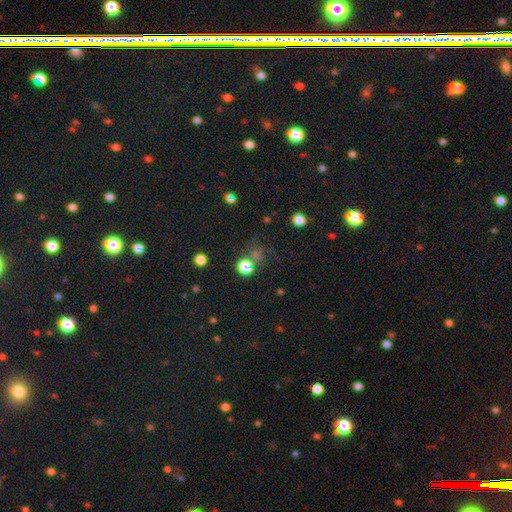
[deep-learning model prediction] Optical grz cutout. It shows a star or artifact, not a galaxy (49%).